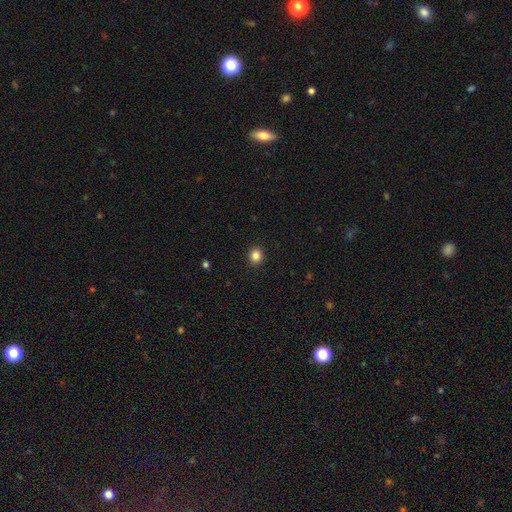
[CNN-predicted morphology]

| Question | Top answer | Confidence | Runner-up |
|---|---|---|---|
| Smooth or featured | smooth | 85% | star or artifact (11%) |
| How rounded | round | 81% | in between (18%) |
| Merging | none | 92% | minor disturbance (5%) |